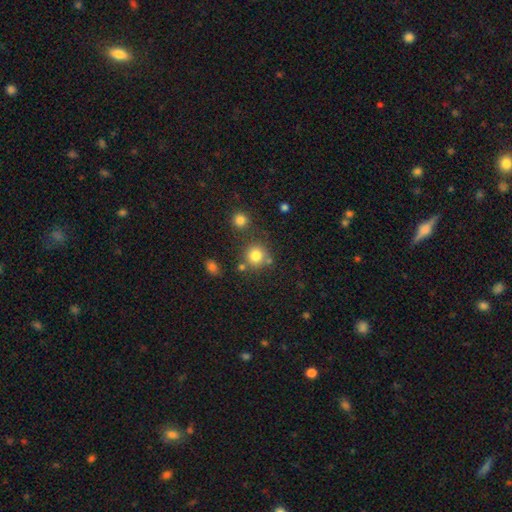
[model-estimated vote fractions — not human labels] Smooth or featured? smooth (80%)
How rounded? round (90%)
Merging? none (71%)